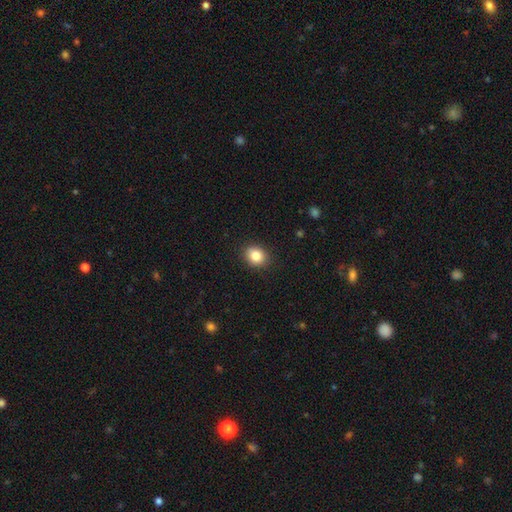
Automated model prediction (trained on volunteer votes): The model was most divided on "how rounded": round: 59%, in between: 40%, cigar-shaped: 1%. More confident: merging — none (89%); smooth or featured — smooth (84%).